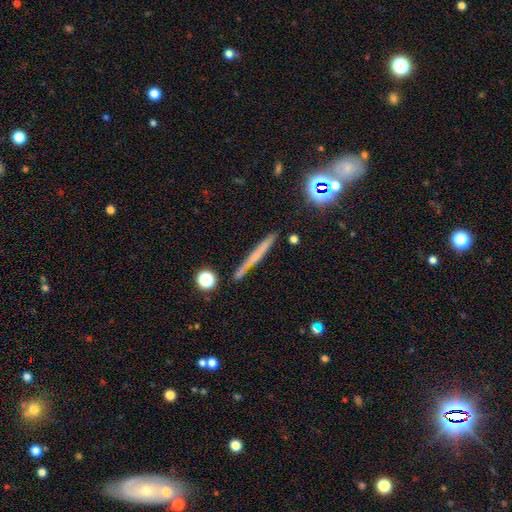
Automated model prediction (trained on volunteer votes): Overall: featured or disk (51%; smooth 36%). Edge-on disk: yes (95%). Merging: none (83%).